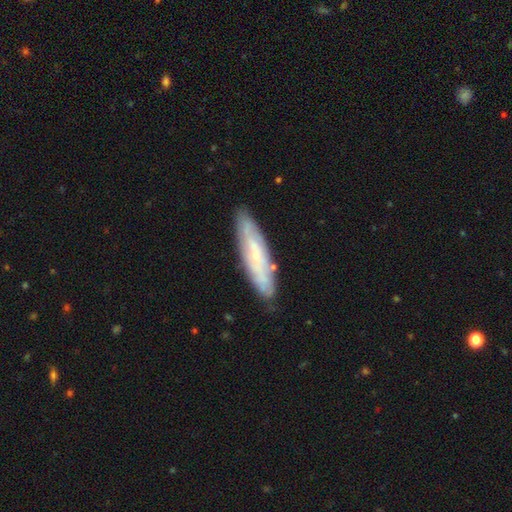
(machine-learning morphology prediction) smooth_or_featured: featured or disk (p=0.57) [alt: smooth p=0.36]
disk_edge_on: no (p=0.60) [alt: yes p=0.40]
merging: none (p=0.82) [alt: minor disturbance p=0.13]